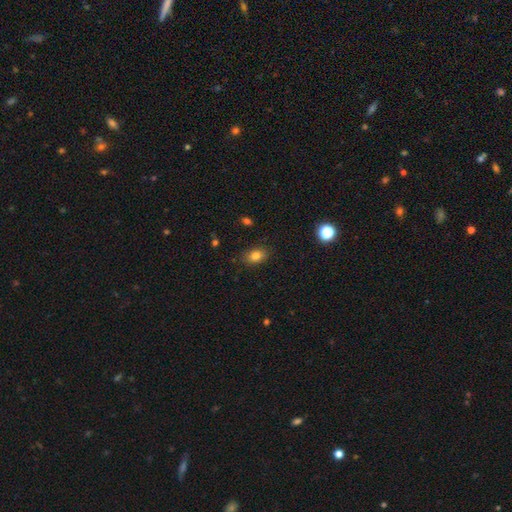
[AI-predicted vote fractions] A smooth galaxy with no disk features (81%) that is in between round and cigar-shaped (79%).

Vote fractions:
- Smooth or featured? smooth: 81% / star or artifact: 11% / featured or disk: 8%
- How rounded? in between: 79% / round: 19% / cigar-shaped: 2%
- Merging? none: 85% / minor disturbance: 11% / major disturbance: 2% / merger: 1%